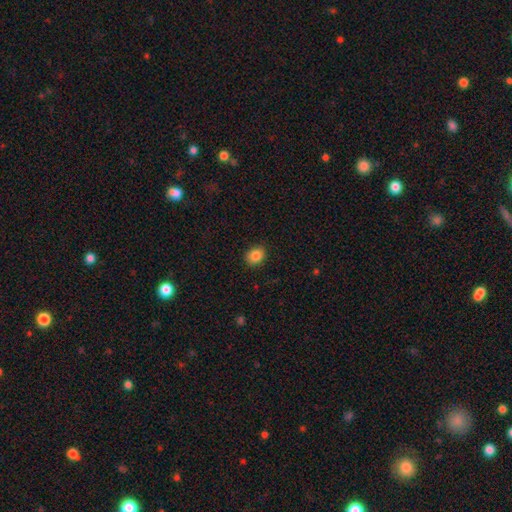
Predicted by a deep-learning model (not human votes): A smooth galaxy with no disk features (86%) that is round (52%). Merging: none (86%).